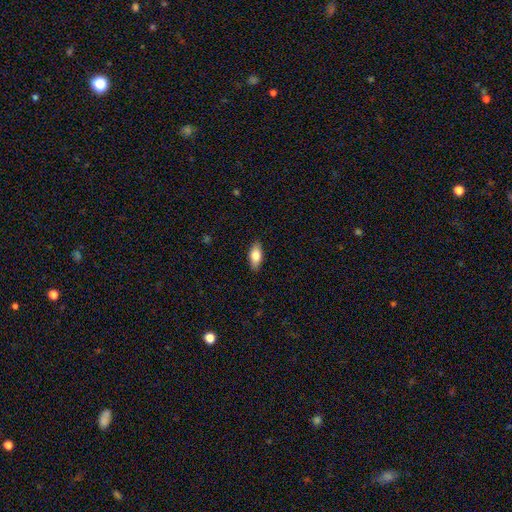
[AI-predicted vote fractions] This appears to be a smooth galaxy with no disk features (77%) that is in between round and cigar-shaped (85%). Merging: none (88%).